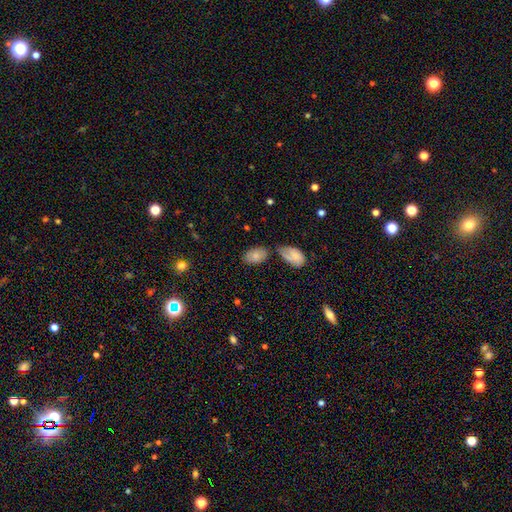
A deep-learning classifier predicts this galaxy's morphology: smooth 77%, featured or disk 14%, star or artifact 9%. Down the decision tree: how rounded — in between (92%); merging — none (56%).